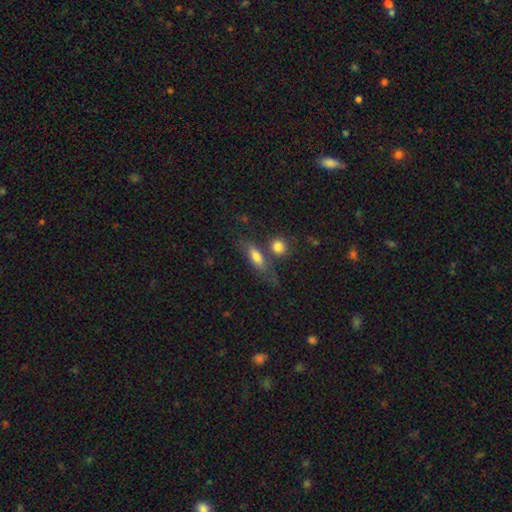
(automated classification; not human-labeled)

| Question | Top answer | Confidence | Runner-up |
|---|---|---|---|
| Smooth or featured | smooth | 71% | featured or disk (21%) |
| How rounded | in between | 62% | cigar-shaped (32%) |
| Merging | none | 52% | merger (21%) |